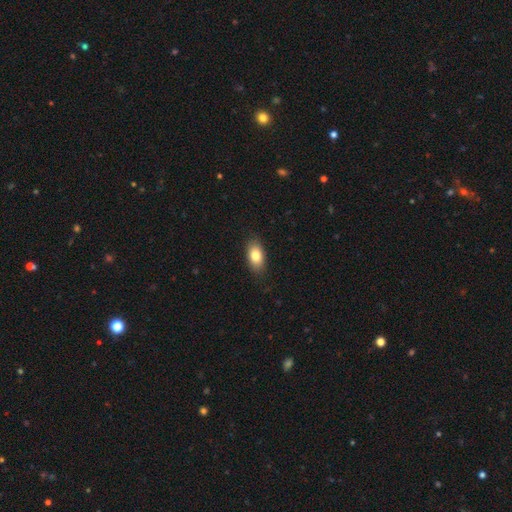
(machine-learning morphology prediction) Smooth or featured?
  - smooth: 81% *
  - featured or disk: 12%
  - star or artifact: 8%
How rounded?
  - in between: 90% *
  - round: 7%
  - cigar-shaped: 3%
Merging?
  - none: 87% *
  - minor disturbance: 10%
  - major disturbance: 2%
  - merger: 1%